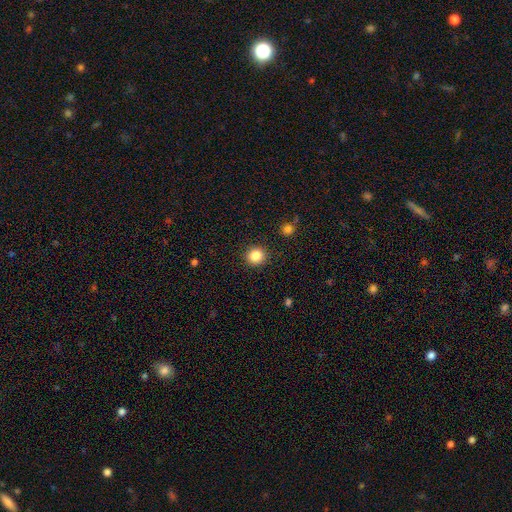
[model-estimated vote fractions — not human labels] Smooth or featured? Predicted: smooth (p=0.85). How rounded? Predicted: round (p=0.93). Merging? Predicted: none (p=0.91).